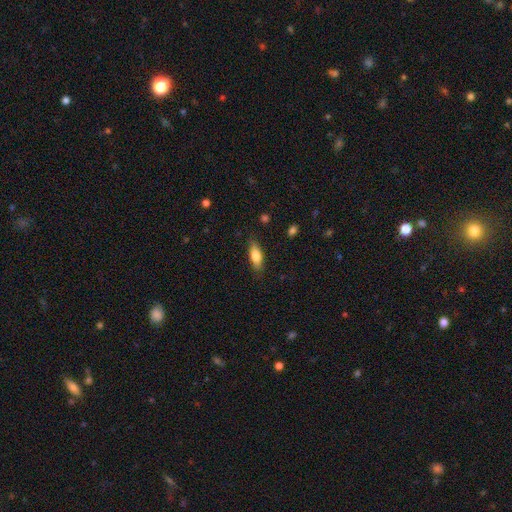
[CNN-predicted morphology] Q: Smooth or featured?
A: smooth (78%); runner-up: featured or disk (15%)
Q: How rounded?
A: in between (66%); runner-up: cigar-shaped (32%)
Q: Merging?
A: none (84%); runner-up: minor disturbance (12%)